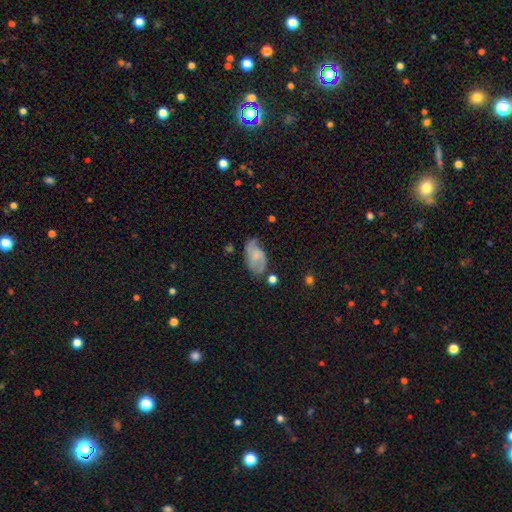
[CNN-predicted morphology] featured or disk 55%, smooth 37%, star or artifact 8%. Down the decision tree: edge-on disk — no (95%); bar — no (53%); spiral arms — yes (84%); bulge size — small (44%); merging — none (59%).